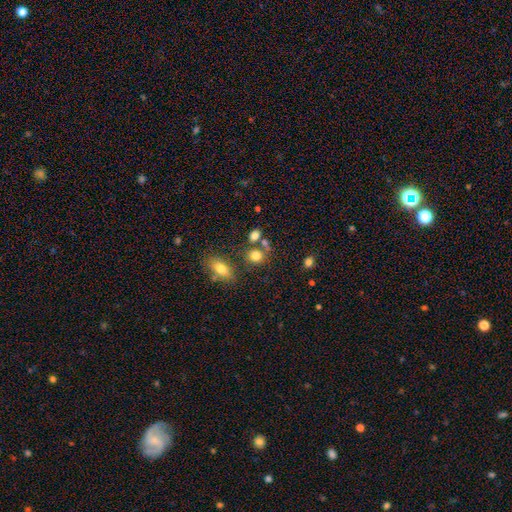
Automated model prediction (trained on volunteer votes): Q: Smooth or featured?
A: smooth (80%); runner-up: star or artifact (12%)
Q: How rounded?
A: round (73%); runner-up: in between (26%)
Q: Merging?
A: none (62%); runner-up: merger (21%)